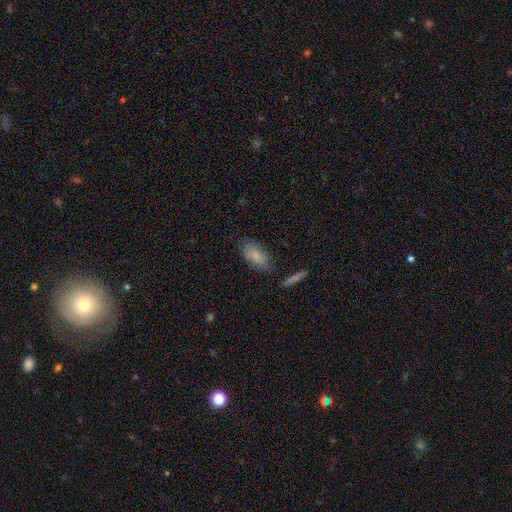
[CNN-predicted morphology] A smooth galaxy with no disk features (83%) that is in between round and cigar-shaped (89%).

Vote fractions:
- Smooth or featured? smooth: 83% / featured or disk: 10% / star or artifact: 7%
- How rounded? in between: 89% / cigar-shaped: 8% / round: 3%
- Merging? none: 76% / minor disturbance: 17% / major disturbance: 4% / merger: 4%